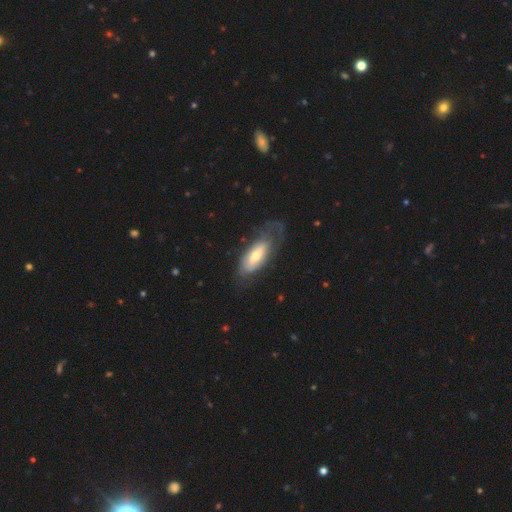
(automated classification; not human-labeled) Smooth or featured?
  - featured or disk: 61% *
  - smooth: 34%
  - star or artifact: 5%
Edge-on disk?
  - no: 85% *
  - yes: 15%
Bar?
  - no: 44% *
  - weak: 35%
  - strong: 21%
Spiral arms?
  - yes: 72% *
  - no: 28%
Bulge size?
  - moderate: 59% *
  - small: 23%
  - large: 15%
  - dominant: 2%
  - none: 2%
Merging?
  - none: 49% *
  - major disturbance: 27%
  - minor disturbance: 23%
  - merger: 2%